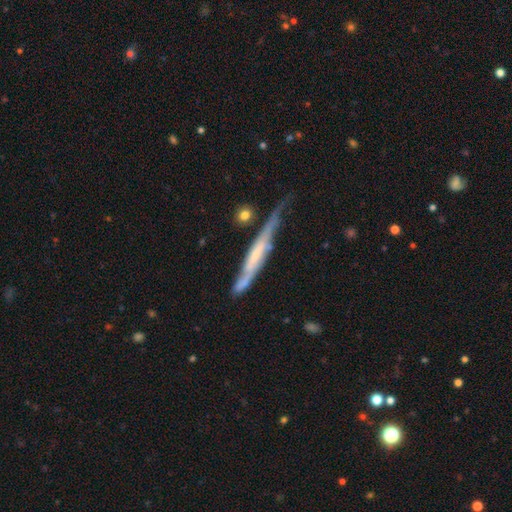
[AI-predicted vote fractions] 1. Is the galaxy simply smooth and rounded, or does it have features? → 68% featured or disk, 26% smooth, 6% star or artifact.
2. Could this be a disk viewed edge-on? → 82% yes, 18% no.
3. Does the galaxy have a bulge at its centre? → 60% none, 22% rounded, 18% boxy.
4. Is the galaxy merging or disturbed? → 49% none, 32% minor disturbance, 12% major disturbance, 6% merger.